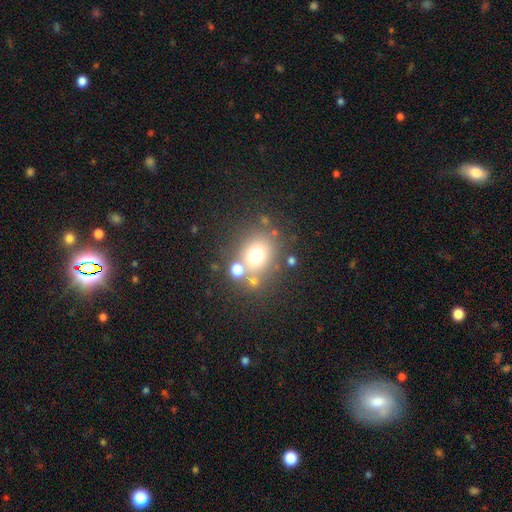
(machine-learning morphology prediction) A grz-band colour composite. It shows a smooth galaxy with no disk features (67%) that is round (68%). Merging: none (66%).